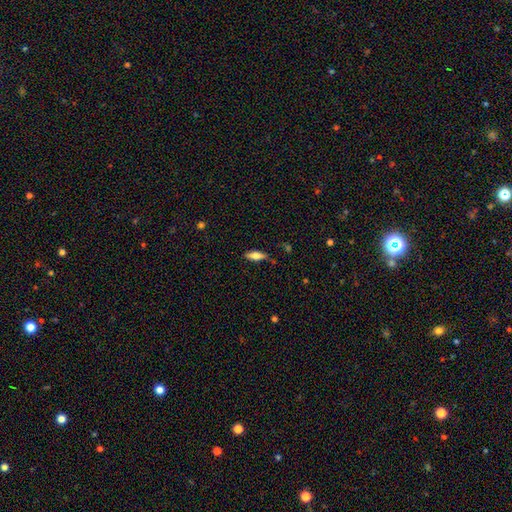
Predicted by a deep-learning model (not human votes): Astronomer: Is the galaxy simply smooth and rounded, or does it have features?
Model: smooth — 66%.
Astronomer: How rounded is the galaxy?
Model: in between — 60% (runner-up: cigar-shaped, 38%).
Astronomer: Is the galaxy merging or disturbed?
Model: none — 81%.